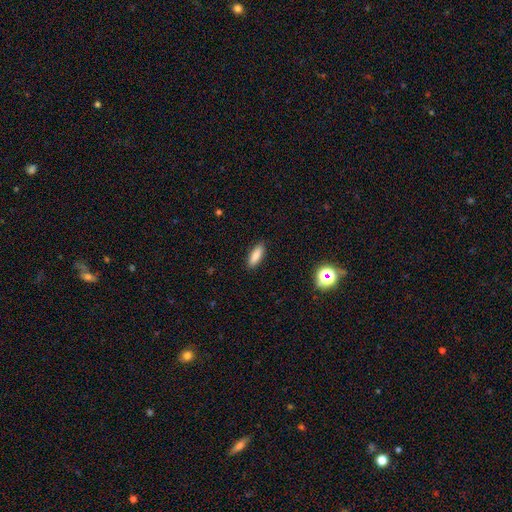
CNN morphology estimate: smooth_or_featured: smooth (p=0.83) [alt: star or artifact p=0.08]
how_rounded: in between (p=0.63) [alt: cigar-shaped p=0.35]
merging: none (p=0.89) [alt: minor disturbance p=0.08]